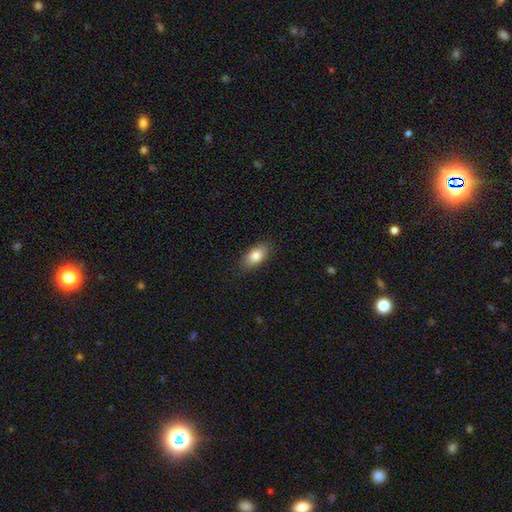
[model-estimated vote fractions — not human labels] Morphology: type=smooth (83%); roundness=in between (90%); merging=none (87%).